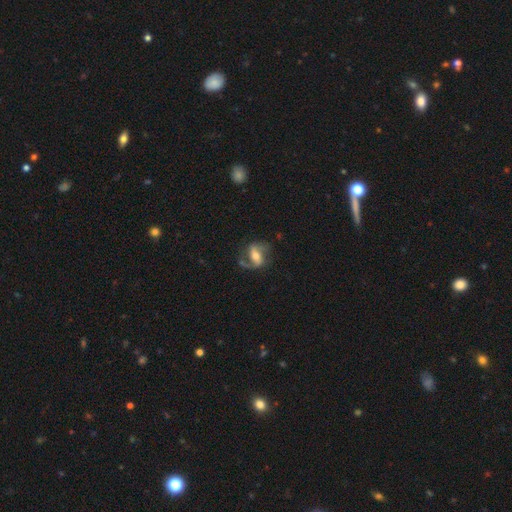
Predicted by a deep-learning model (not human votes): Overall: featured or disk (73%). Edge-on disk: no (94%). Bar: strong (45%; weak 34%). Spiral arms: yes (88%). Spiral arm count: 2 (81%). Spiral winding: loose (48%; medium 40%). Bulge size: moderate (58%; small 27%). Merging: none (60%).